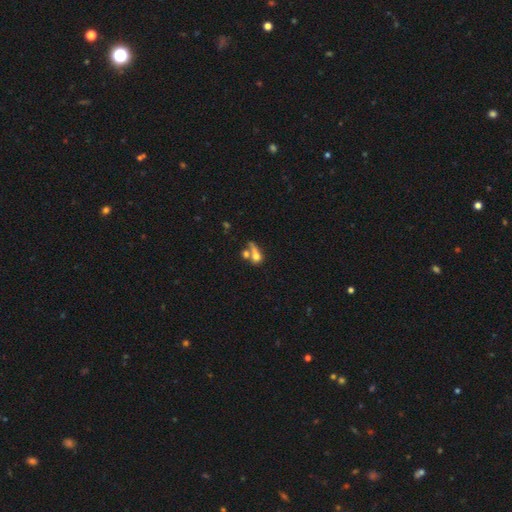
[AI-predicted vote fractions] The model was most divided on "how rounded": in between: 45%, round: 43%, cigar-shaped: 12%. More confident: smooth or featured — smooth (60%); merging — merger (52%).